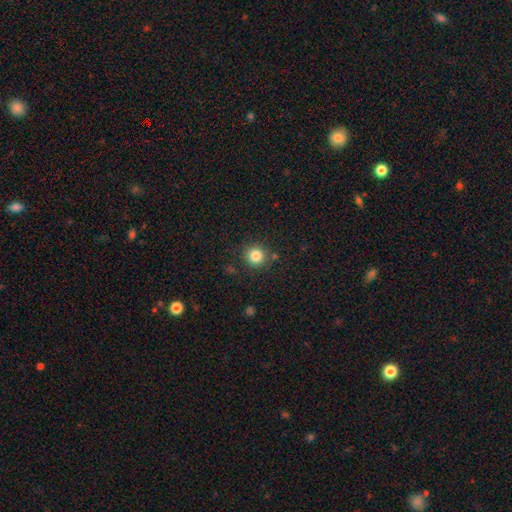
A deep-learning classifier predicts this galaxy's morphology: Overall: smooth (83%). How rounded: round (94%). Merging: none (87%).